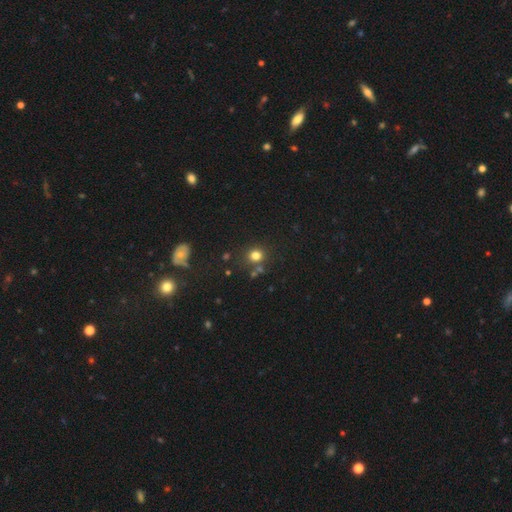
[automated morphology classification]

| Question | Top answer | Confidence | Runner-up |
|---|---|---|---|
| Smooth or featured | smooth | 77% | star or artifact (16%) |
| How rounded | round | 83% | in between (16%) |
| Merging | none | 73% | minor disturbance (11%) |